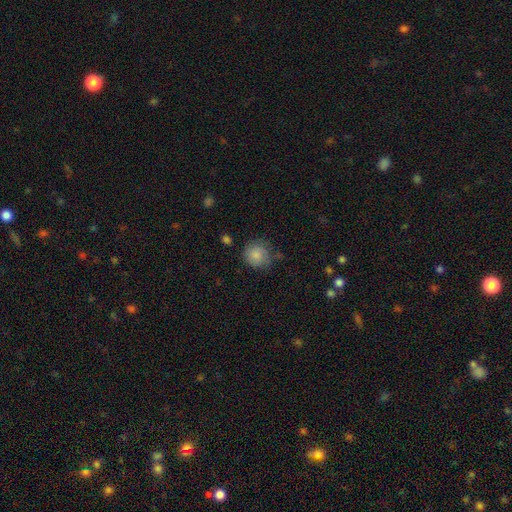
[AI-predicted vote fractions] This appears to be a smooth galaxy with no disk features (80%) that is round (89%). Merging: none (74%).